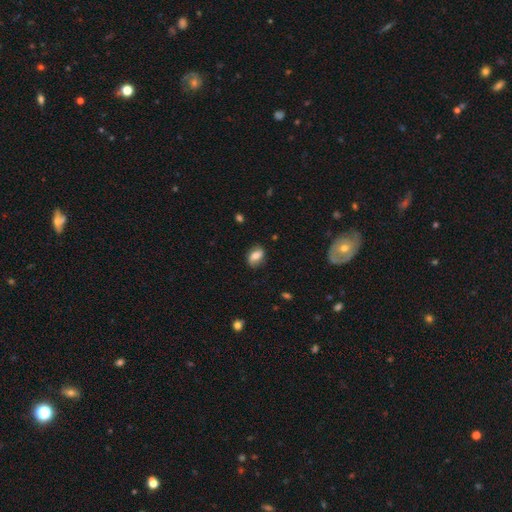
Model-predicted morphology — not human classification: Smooth or featured: smooth — 60% (featured or disk — 31%)
How rounded: in between — 78% (round — 20%)
Merging: none — 79% (minor disturbance — 16%)